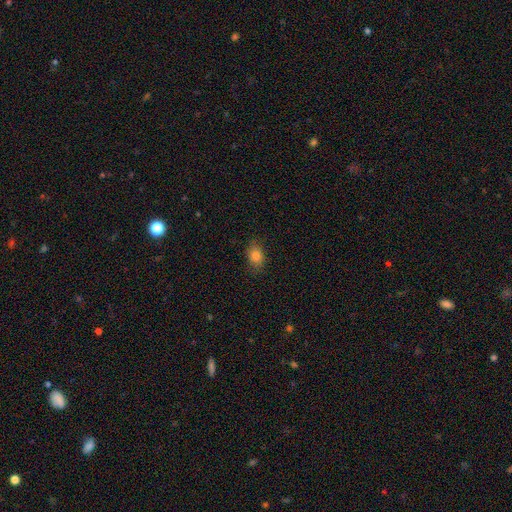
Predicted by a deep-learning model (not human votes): Smooth or featured? smooth (81%)
How rounded? in between (69%)
Merging? none (78%)